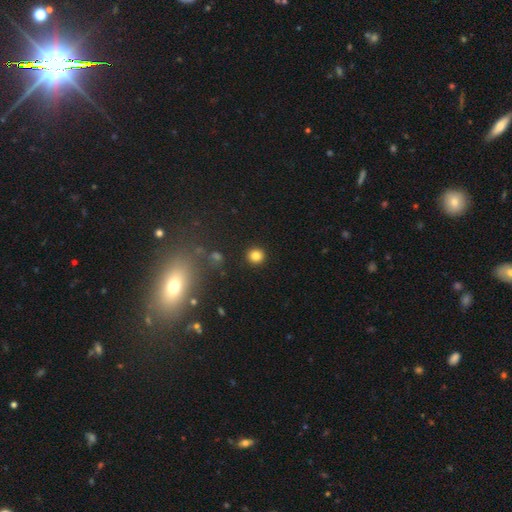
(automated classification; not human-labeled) Smooth or featured? Predicted: smooth (p=0.82). How rounded? Predicted: round (p=0.91). Merging? Predicted: none (p=0.91).